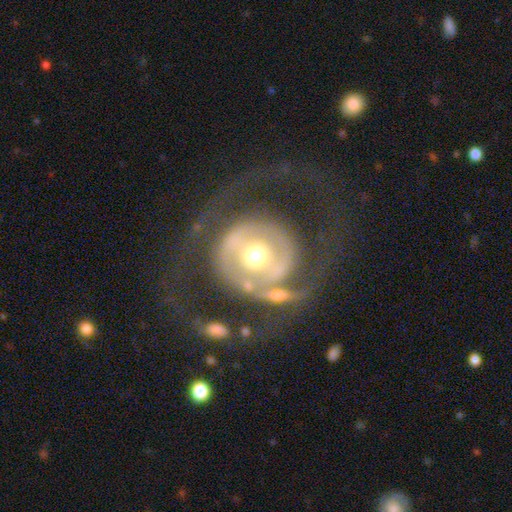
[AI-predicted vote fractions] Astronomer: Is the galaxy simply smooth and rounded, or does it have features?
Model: featured or disk — 75%.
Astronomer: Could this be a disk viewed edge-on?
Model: no — 96%.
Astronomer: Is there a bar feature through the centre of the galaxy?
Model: no — 66%.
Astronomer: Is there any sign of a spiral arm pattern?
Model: yes — 56% (runner-up: no, 44%).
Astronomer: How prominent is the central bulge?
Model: moderate — 66%.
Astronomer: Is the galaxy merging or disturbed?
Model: none — 51% (runner-up: major disturbance, 27%).